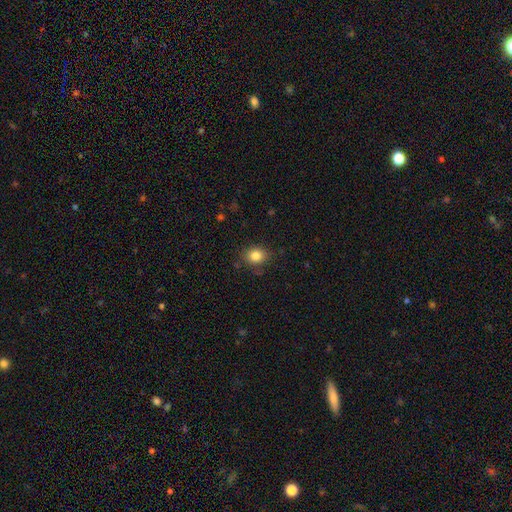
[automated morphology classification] A smooth galaxy with no disk features (84%) that is round (60%). Merging: none (83%).